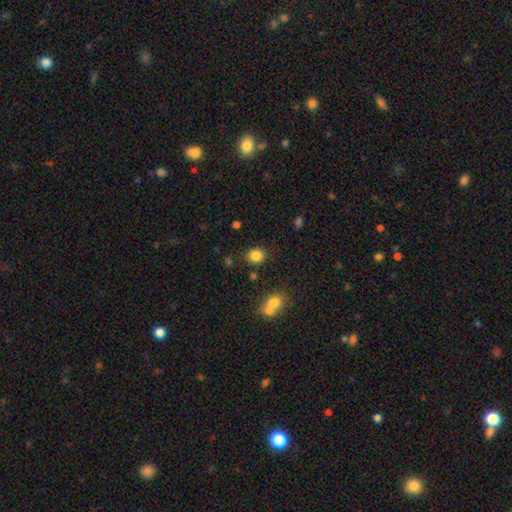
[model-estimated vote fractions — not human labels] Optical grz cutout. It shows a smooth galaxy with no disk features (84%) that is round (73%). Merging: none (84%).